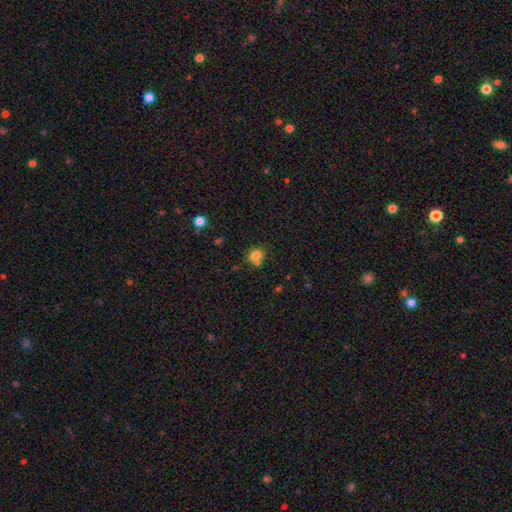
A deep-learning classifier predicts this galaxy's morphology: A smooth galaxy with no disk features (79%) that is round (69%).

Vote fractions:
- Smooth or featured? smooth: 79% / star or artifact: 12% / featured or disk: 9%
- How rounded? round: 69% / in between: 30% / cigar-shaped: 1%
- Merging? none: 54% / merger: 24% / minor disturbance: 16% / major disturbance: 5%